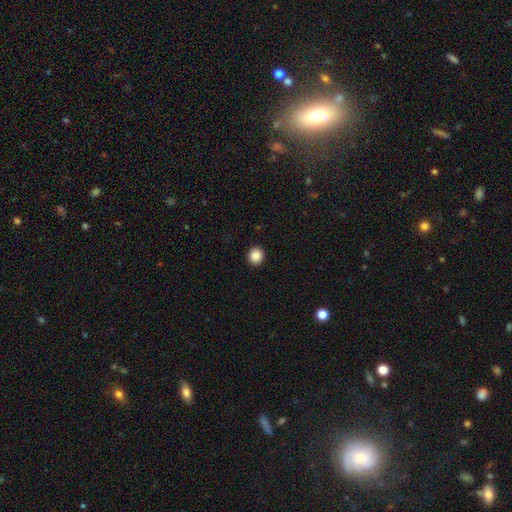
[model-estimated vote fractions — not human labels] Smooth or featured? smooth (87%)
How rounded? round (90%)
Merging? none (93%)